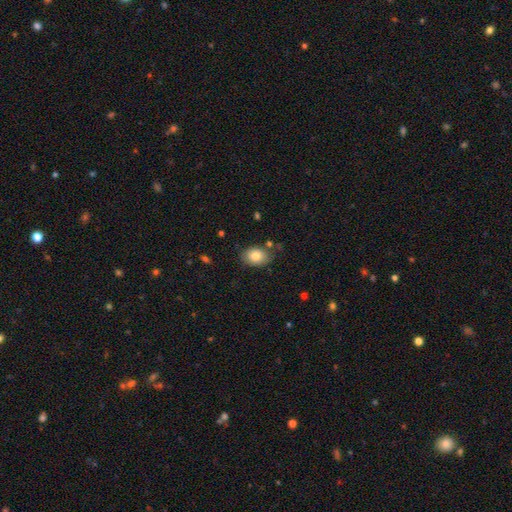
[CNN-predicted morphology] Overall: smooth (81%). How rounded: in between (76%). Merging: none (76%).